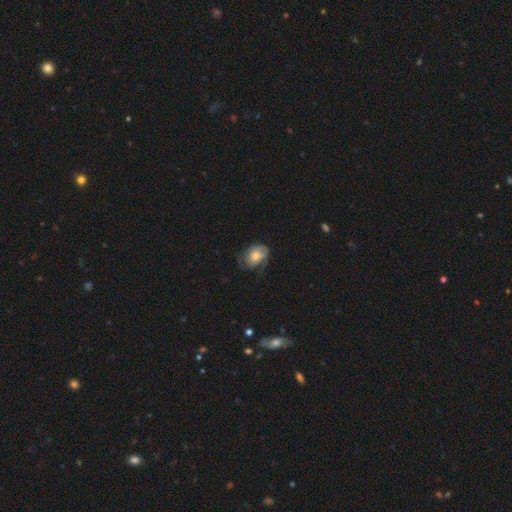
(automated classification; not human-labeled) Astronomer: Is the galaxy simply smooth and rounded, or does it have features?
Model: smooth — 55% (runner-up: featured or disk, 38%).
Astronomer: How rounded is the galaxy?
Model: in between — 72%.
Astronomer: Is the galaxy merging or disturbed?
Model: none — 51% (runner-up: minor disturbance, 30%).